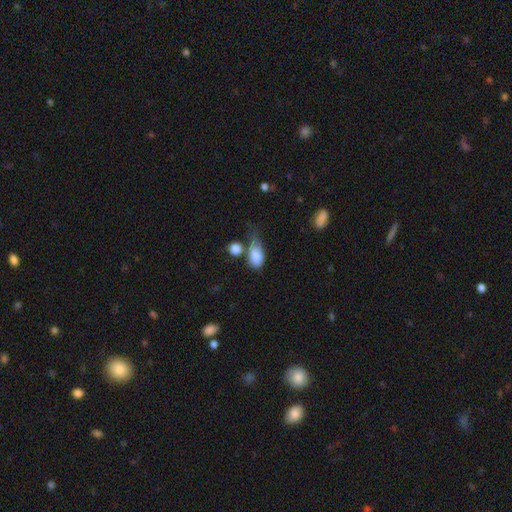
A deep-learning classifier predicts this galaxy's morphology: A smooth galaxy with no disk features (83%) that is in between round and cigar-shaped (86%). Merging: minor disturbance (32%).